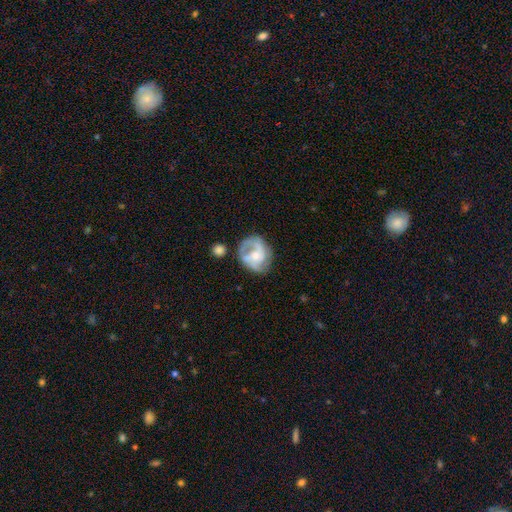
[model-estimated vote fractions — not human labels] Morphology: type=featured or disk (72%); edge-on=no (98%); bar=no (62%); spiral arms=yes (87%); winding=medium (47%); arm count=2 (48%); bulge=small (44%); merging=none (57%).